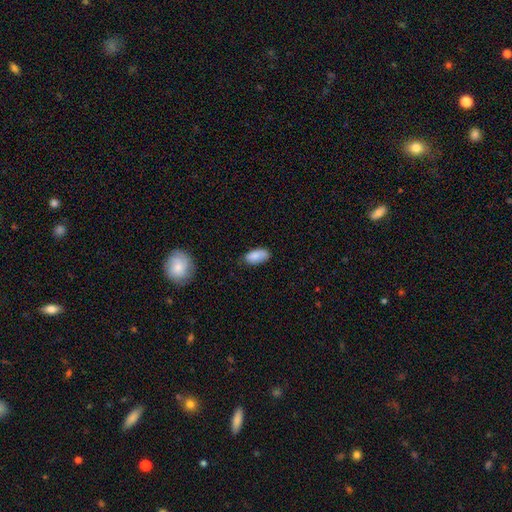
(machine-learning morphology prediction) smooth 86%, star or artifact 7%, featured or disk 7%. Down the decision tree: how rounded — in between (92%); merging — none (73%).